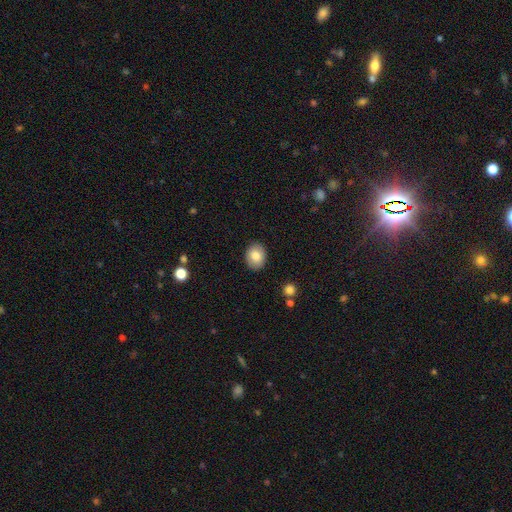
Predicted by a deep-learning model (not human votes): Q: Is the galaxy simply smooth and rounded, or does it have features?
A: smooth — 82%.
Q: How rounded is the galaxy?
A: in between — 61%.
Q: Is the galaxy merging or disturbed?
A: none — 88%.